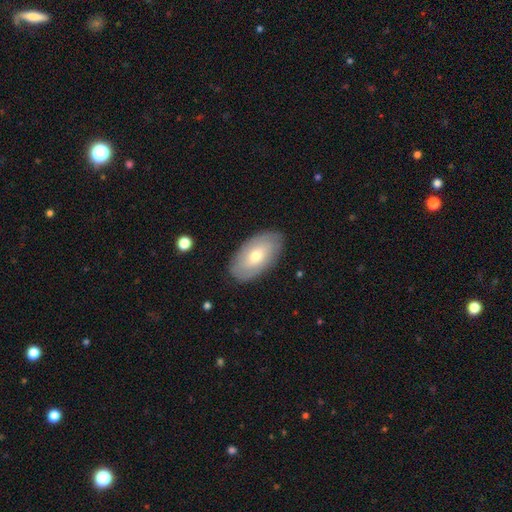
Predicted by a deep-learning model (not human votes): Smooth or featured? Predicted: smooth (p=0.53). How rounded? Predicted: in between (p=0.94). Merging? Predicted: none (p=0.85).